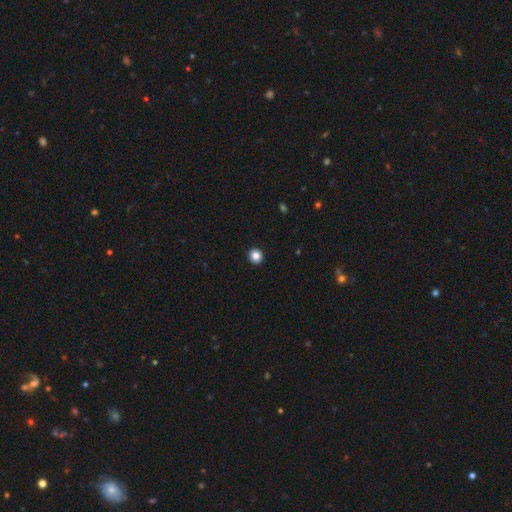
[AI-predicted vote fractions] Smooth or featured? smooth (84%)
How rounded? round (92%)
Merging? none (94%)